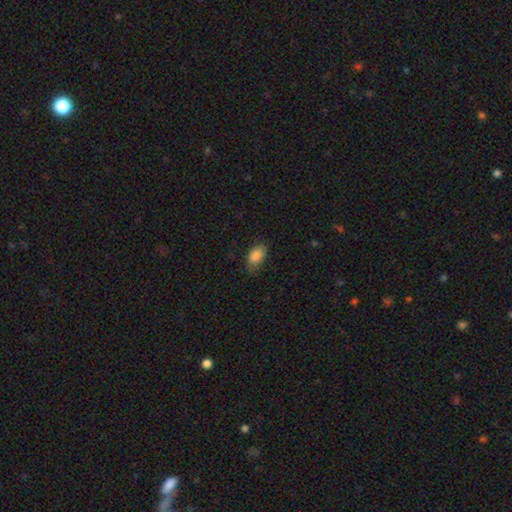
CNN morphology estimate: The model was most divided on "merging": none: 68%, minor disturbance: 24%, major disturbance: 7%, merger: 1%. More confident: how rounded — in between (91%); smooth or featured — smooth (85%).